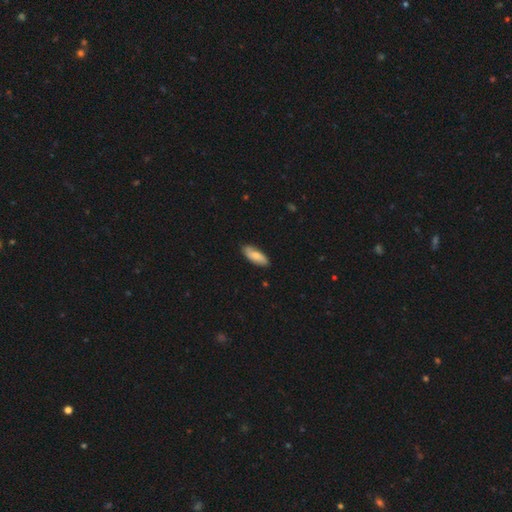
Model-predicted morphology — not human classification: Q: Smooth or featured?
A: smooth (71%); runner-up: featured or disk (23%)
Q: How rounded?
A: in between (72%); runner-up: cigar-shaped (26%)
Q: Merging?
A: none (84%); runner-up: minor disturbance (13%)